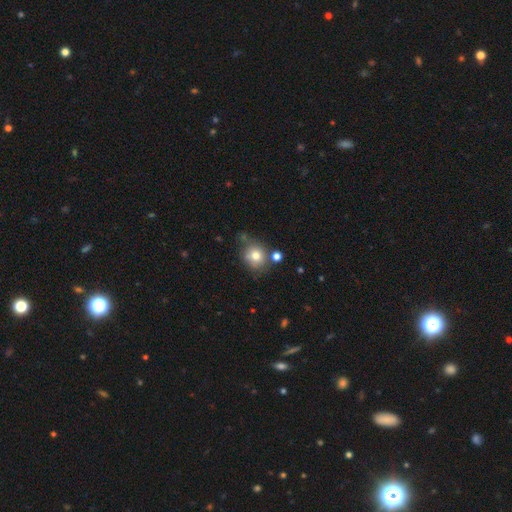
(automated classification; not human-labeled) This appears to be a smooth galaxy with no disk features (76%) that is round (81%). Merging: none (65%).